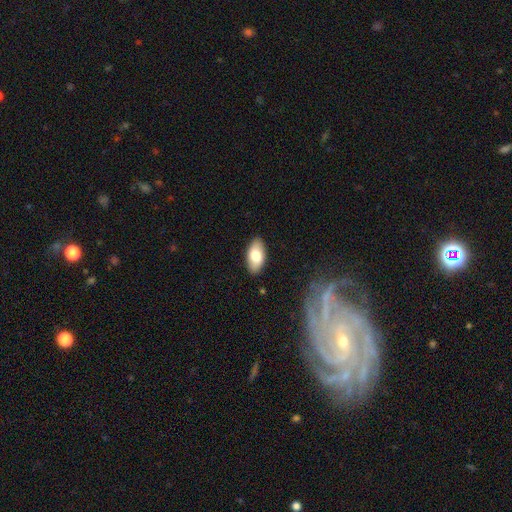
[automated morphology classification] A smooth galaxy with no disk features (78%) that is in between round and cigar-shaped (94%).

Vote fractions:
- Smooth or featured? smooth: 78% / featured or disk: 16% / star or artifact: 6%
- How rounded? in between: 94% / cigar-shaped: 3% / round: 3%
- Merging? none: 88% / minor disturbance: 9% / major disturbance: 2% / merger: 1%